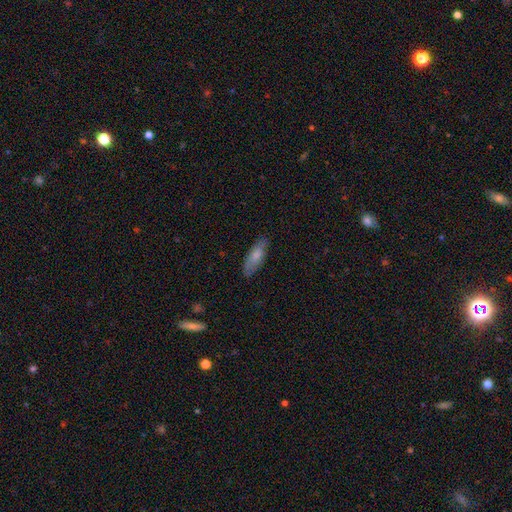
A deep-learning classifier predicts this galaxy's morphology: This appears to be a smooth galaxy with no disk features (74%) that is in between round and cigar-shaped (62%). Merging: none (79%).